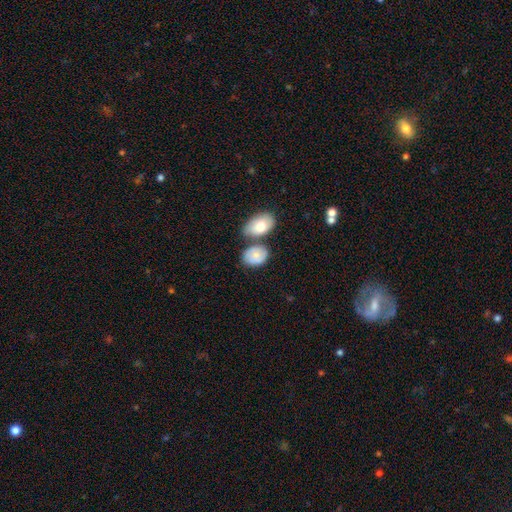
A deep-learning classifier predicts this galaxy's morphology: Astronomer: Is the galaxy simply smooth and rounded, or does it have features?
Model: smooth — 72%.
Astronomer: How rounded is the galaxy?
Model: in between — 72%.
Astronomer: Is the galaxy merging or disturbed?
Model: none — 45% (runner-up: merger, 31%).